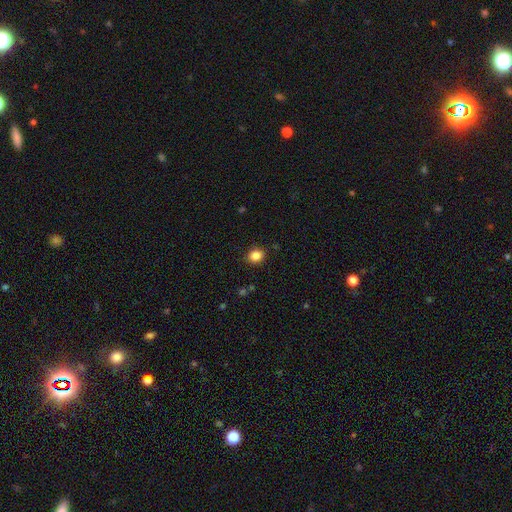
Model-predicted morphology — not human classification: Q: Smooth or featured?
A: smooth (85%); runner-up: star or artifact (11%)
Q: How rounded?
A: round (68%); runner-up: in between (31%)
Q: Merging?
A: none (89%); runner-up: minor disturbance (8%)